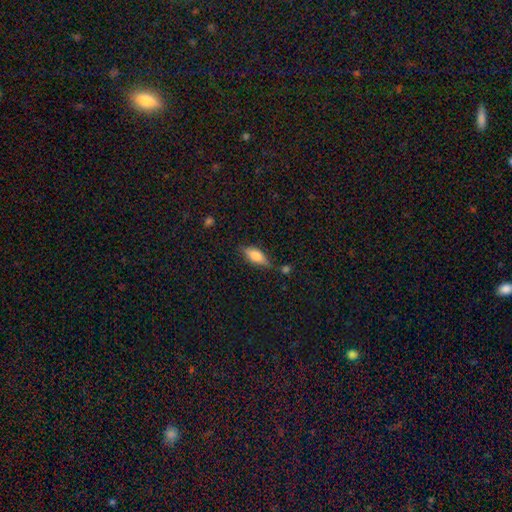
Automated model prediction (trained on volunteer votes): Smooth or featured? Predicted: smooth (p=0.71). How rounded? Predicted: in between (p=0.73). Merging? Predicted: none (p=0.65).